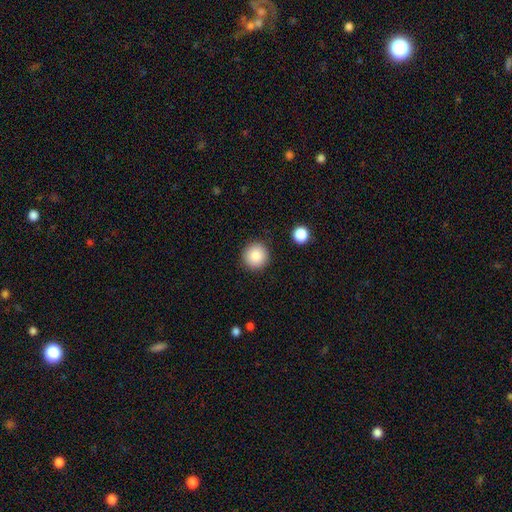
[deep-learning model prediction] smooth_or_featured: smooth (p=0.87) [alt: star or artifact p=0.08]
how_rounded: round (p=0.95) [alt: in between p=0.05]
merging: none (p=0.90) [alt: minor disturbance p=0.06]